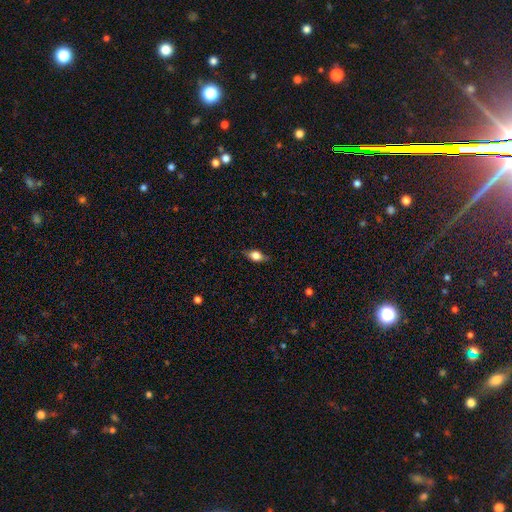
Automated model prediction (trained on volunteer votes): Smooth or featured?
  - smooth: 69% *
  - featured or disk: 22%
  - star or artifact: 9%
How rounded?
  - in between: 79% *
  - round: 12%
  - cigar-shaped: 10%
Merging?
  - none: 78% *
  - minor disturbance: 17%
  - major disturbance: 4%
  - merger: 1%